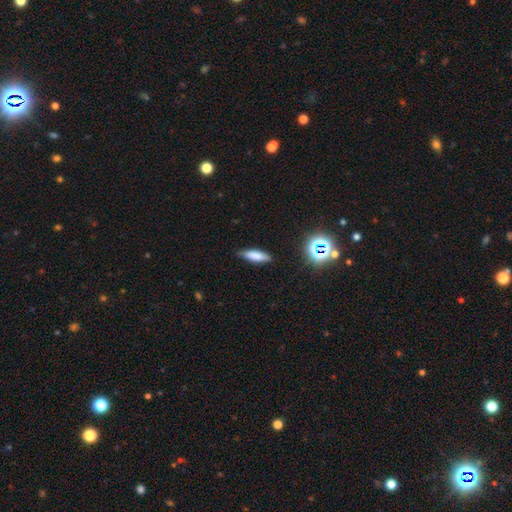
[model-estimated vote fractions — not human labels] A smooth galaxy with no disk features (76%) that is in between round and cigar-shaped (50%). Merging: none (77%).